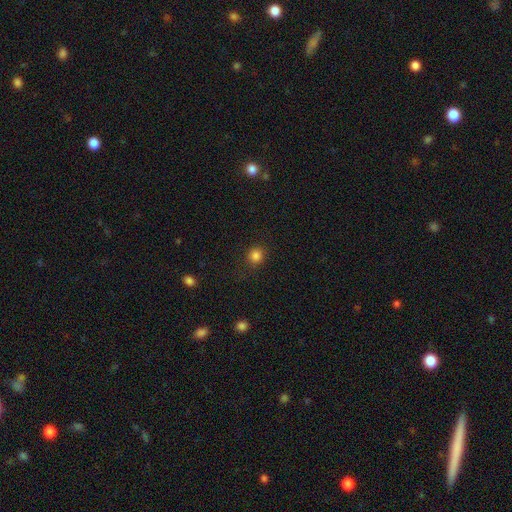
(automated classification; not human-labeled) smooth-or-featured: smooth: 84% | star or artifact: 13% | featured or disk: 4%
  how-rounded: round: 90% | in between: 9% | cigar-shaped: 1%
  merging: none: 88% | minor disturbance: 8% | major disturbance: 3% | merger: 1%